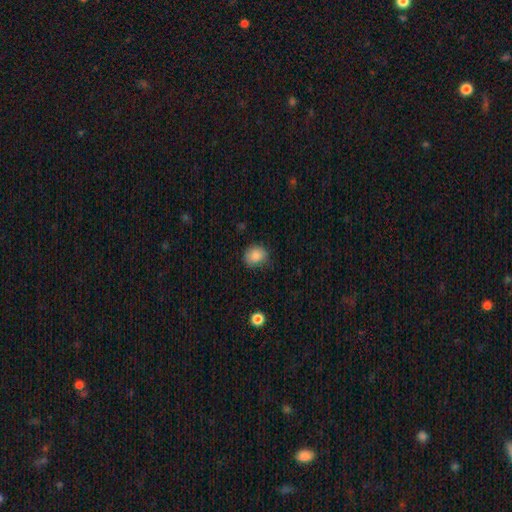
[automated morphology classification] The model was most divided on "how rounded": round: 61%, in between: 38%, cigar-shaped: 1%. More confident: smooth or featured — smooth (86%); merging — none (70%).